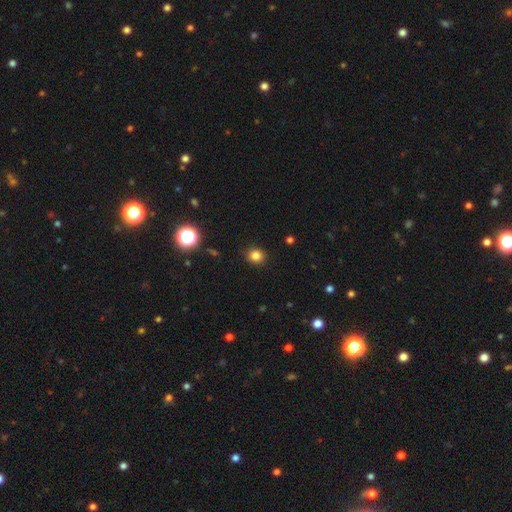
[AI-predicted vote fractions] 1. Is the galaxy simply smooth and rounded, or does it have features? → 82% smooth, 13% star or artifact, 5% featured or disk.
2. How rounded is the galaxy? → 81% round, 18% in between, 1% cigar-shaped.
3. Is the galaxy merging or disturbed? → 89% none, 7% minor disturbance, 2% major disturbance, 1% merger.